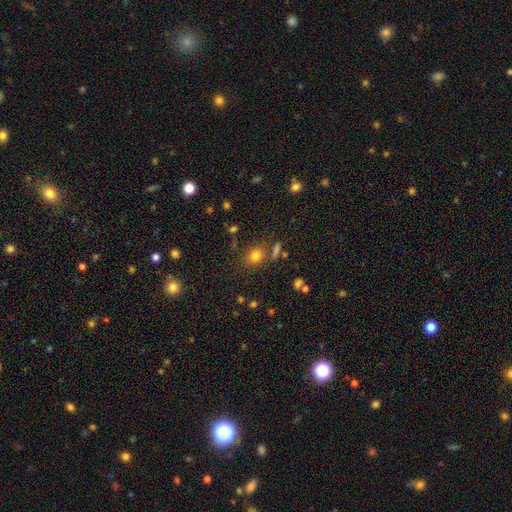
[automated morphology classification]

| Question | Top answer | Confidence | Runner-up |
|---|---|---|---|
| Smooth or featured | smooth | 77% | star or artifact (15%) |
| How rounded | round | 59% | in between (40%) |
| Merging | none | 74% | minor disturbance (13%) |